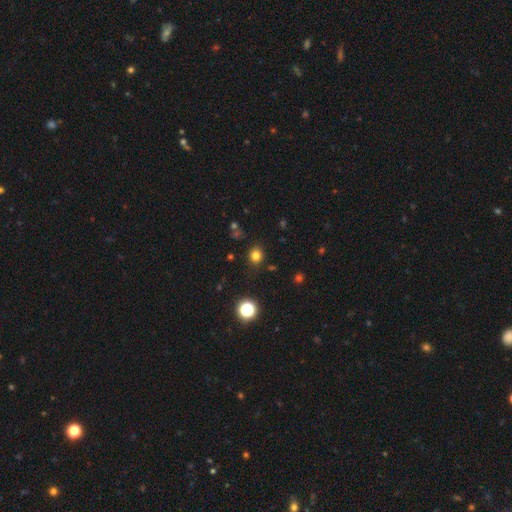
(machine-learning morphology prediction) A smooth galaxy with no disk features (78%) that is round (80%).

Vote fractions:
- Smooth or featured? smooth: 78% / star or artifact: 17% / featured or disk: 5%
- How rounded? round: 80% / in between: 19% / cigar-shaped: 1%
- Merging? none: 84% / minor disturbance: 10% / major disturbance: 3% / merger: 2%